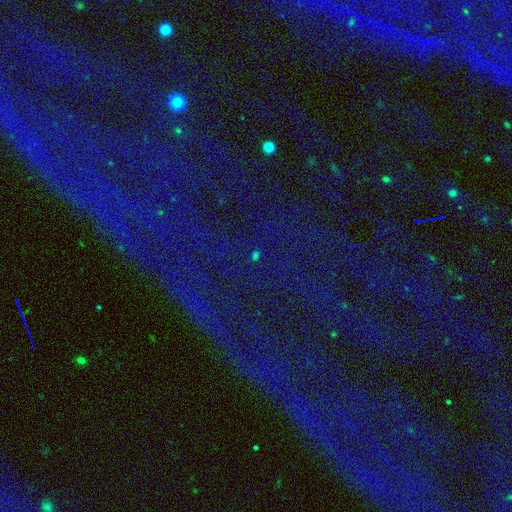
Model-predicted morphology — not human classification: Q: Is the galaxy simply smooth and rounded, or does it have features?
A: star or artifact — 78%.